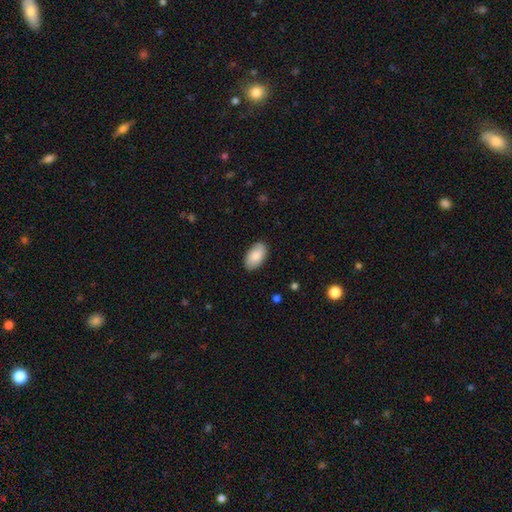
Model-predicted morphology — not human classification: smooth 86%, featured or disk 8%, star or artifact 6%. Down the decision tree: how rounded — in between (95%); merging — none (87%).